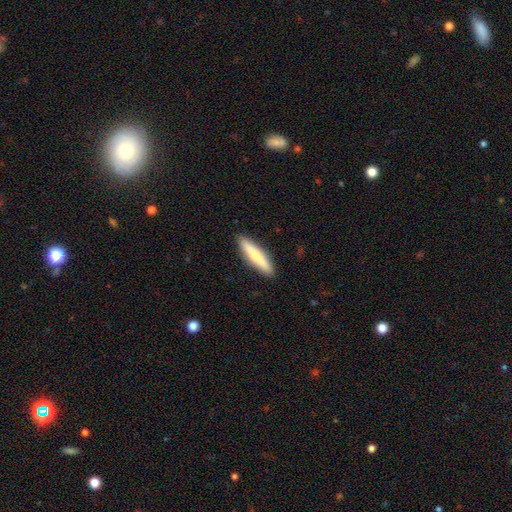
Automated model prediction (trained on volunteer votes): Overall: smooth (57%; featured or disk 38%). How rounded: cigar-shaped (83%). Merging: none (90%).